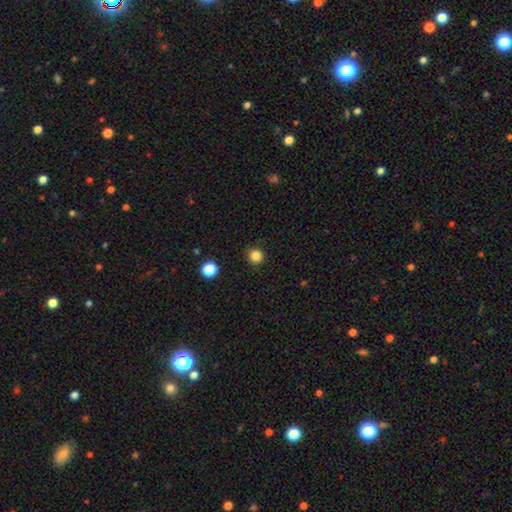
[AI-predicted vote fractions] Q: Smooth or featured?
A: smooth (84%); runner-up: star or artifact (12%)
Q: How rounded?
A: round (95%); runner-up: in between (4%)
Q: Merging?
A: none (91%); runner-up: minor disturbance (6%)